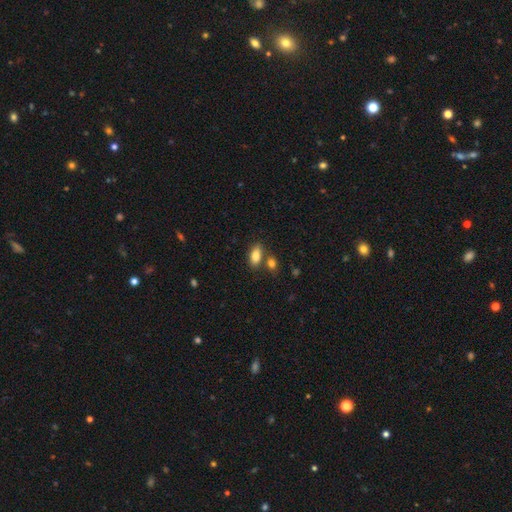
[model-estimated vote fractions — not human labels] Morphology: type=smooth (84%); roundness=in between (89%); merging=none (68%).